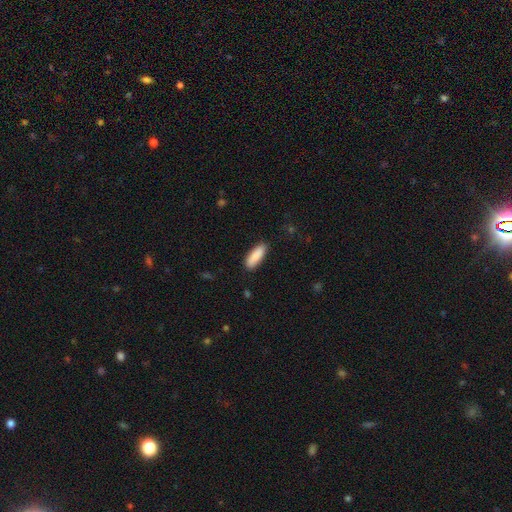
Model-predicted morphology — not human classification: A smooth galaxy with no disk features (88%) that is in between round and cigar-shaped (61%). Merging: none (86%).